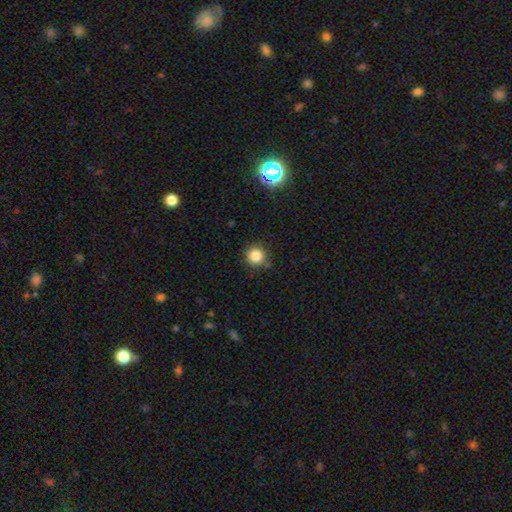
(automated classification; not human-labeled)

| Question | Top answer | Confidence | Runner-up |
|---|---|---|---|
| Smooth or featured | smooth | 84% | star or artifact (12%) |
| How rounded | round | 94% | in between (5%) |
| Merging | none | 86% | minor disturbance (9%) |